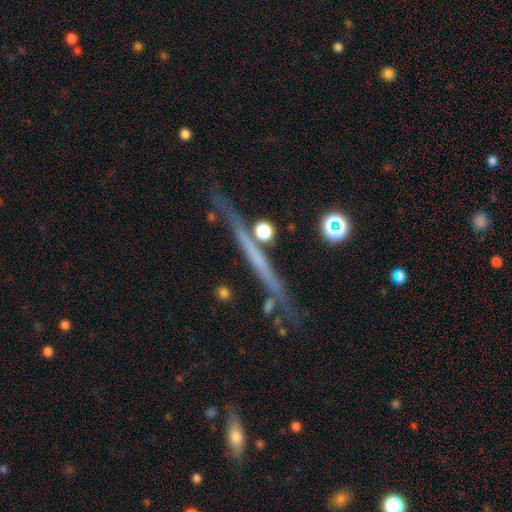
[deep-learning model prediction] Overall: featured or disk (63%; smooth 26%). Edge-on disk: yes (94%). Edge-on bulge: none (80%). Merging: none (78%).